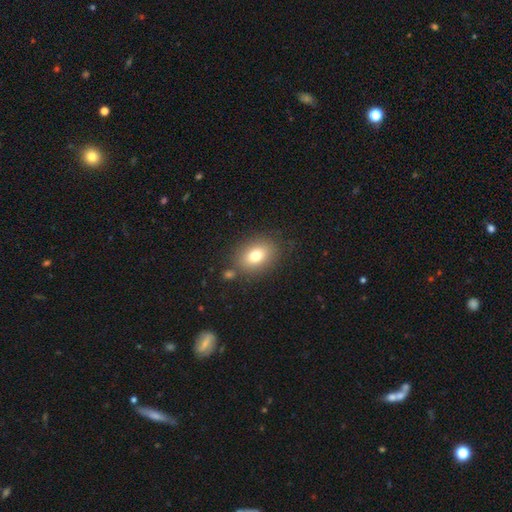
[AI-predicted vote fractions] Overall: smooth (77%). How rounded: in between (68%; round 30%). Merging: none (79%).